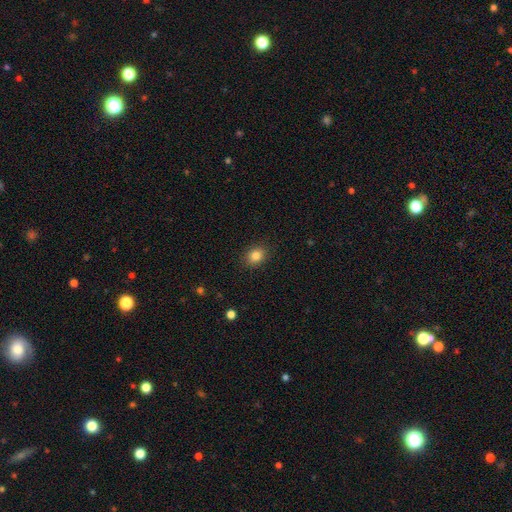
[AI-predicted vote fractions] This is clearly a smooth galaxy (84%). How rounded: possibly in between (50%). Merging: clearly none (89%).